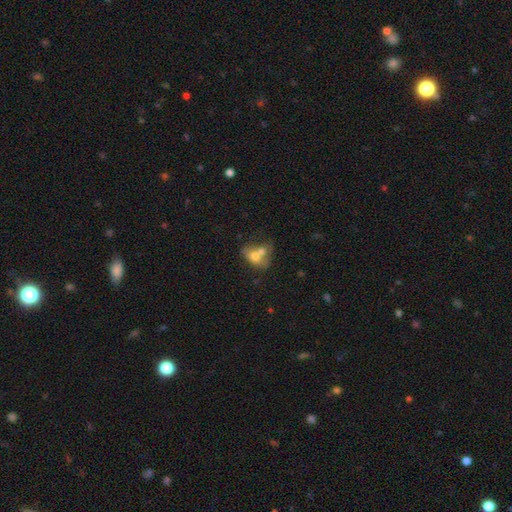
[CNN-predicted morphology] Smooth or featured? Predicted: smooth (p=0.66). How rounded? Predicted: in between (p=0.70). Merging? Predicted: merger (p=0.63).